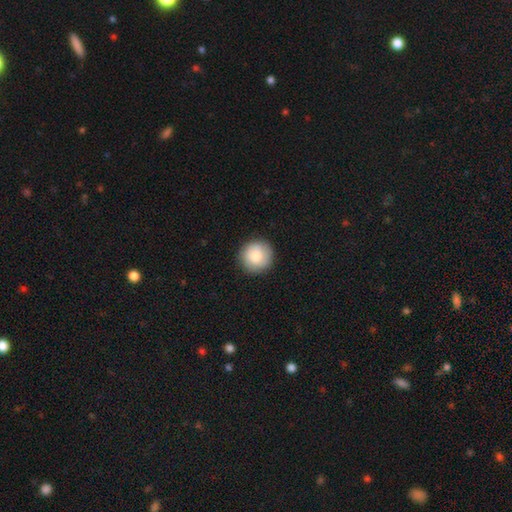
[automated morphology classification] Q: Smooth or featured?
A: smooth (81%); runner-up: featured or disk (12%)
Q: How rounded?
A: round (95%); runner-up: in between (4%)
Q: Merging?
A: none (89%); runner-up: minor disturbance (8%)